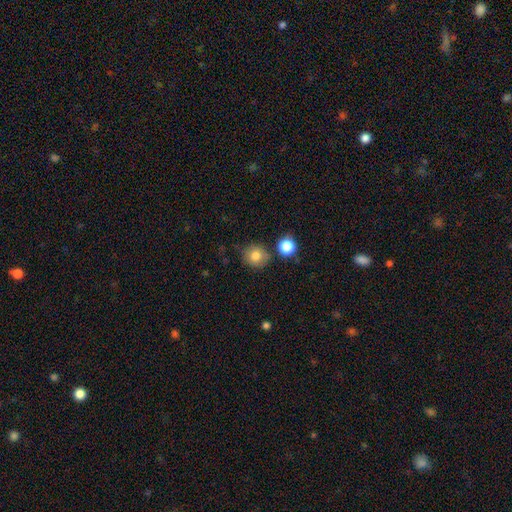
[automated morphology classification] smooth_or_featured: smooth (p=0.81) [alt: star or artifact p=0.10]
how_rounded: round (p=0.89) [alt: in between p=0.10]
merging: none (p=0.77) [alt: minor disturbance p=0.12]